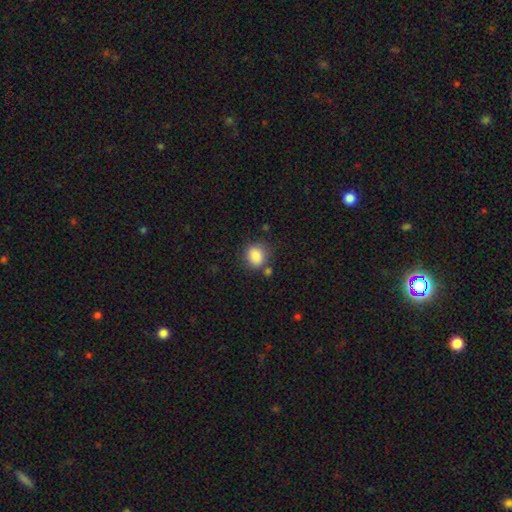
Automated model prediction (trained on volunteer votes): Q: Smooth or featured?
A: smooth (86%); runner-up: star or artifact (9%)
Q: How rounded?
A: round (73%); runner-up: in between (26%)
Q: Merging?
A: none (72%); runner-up: minor disturbance (16%)